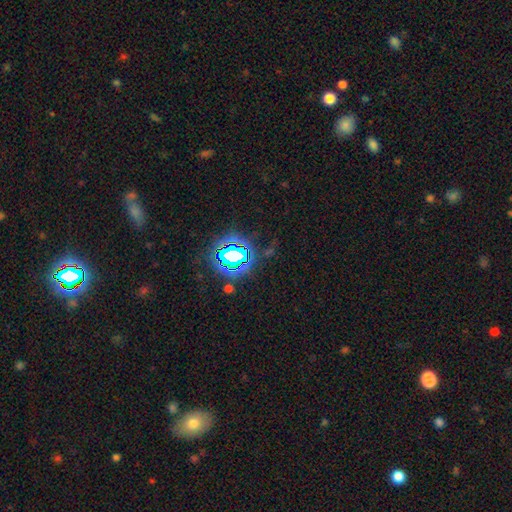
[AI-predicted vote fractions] Smooth or featured? star or artifact (78%)